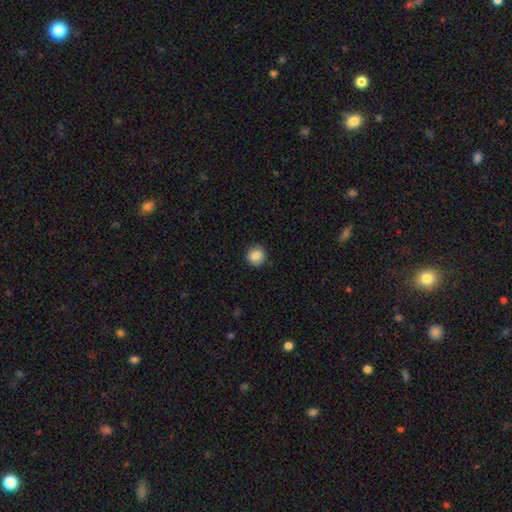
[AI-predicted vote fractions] Smooth or featured?
  - smooth: 86% *
  - star or artifact: 9%
  - featured or disk: 5%
How rounded?
  - round: 93% *
  - in between: 6%
  - cigar-shaped: 1%
Merging?
  - none: 90% *
  - minor disturbance: 7%
  - major disturbance: 2%
  - merger: 1%